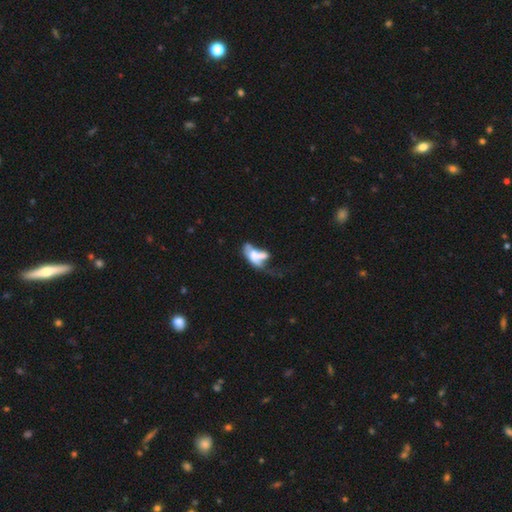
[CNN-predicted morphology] Smooth or featured? smooth (46%)
Merging? merger (39%)